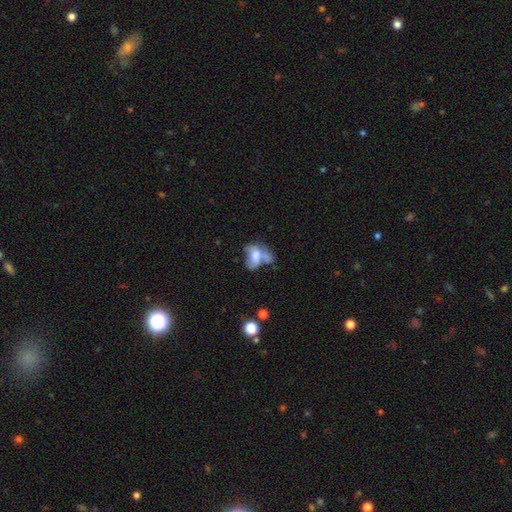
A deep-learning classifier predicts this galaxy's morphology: A smooth galaxy with no disk features (51%) that is in between round and cigar-shaped (82%).

Vote fractions:
- Smooth or featured? smooth: 51% / featured or disk: 38% / star or artifact: 11%
- How rounded? in between: 82% / round: 15% / cigar-shaped: 3%
- Merging? merger: 38% / major disturbance: 27% / none: 18% / minor disturbance: 16%